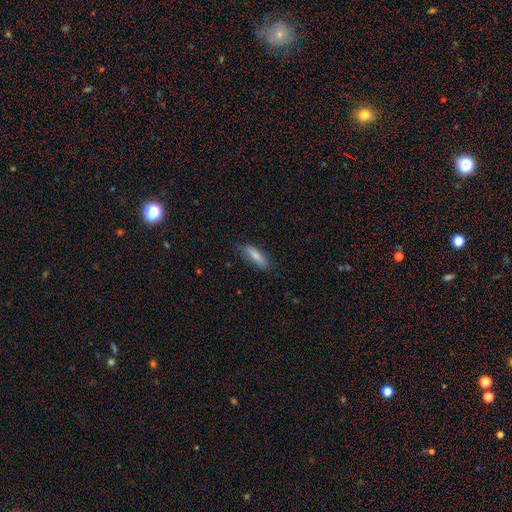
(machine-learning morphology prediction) Smooth or featured? Predicted: smooth (p=0.79). How rounded? Predicted: cigar-shaped (p=0.55). Merging? Predicted: none (p=0.77).